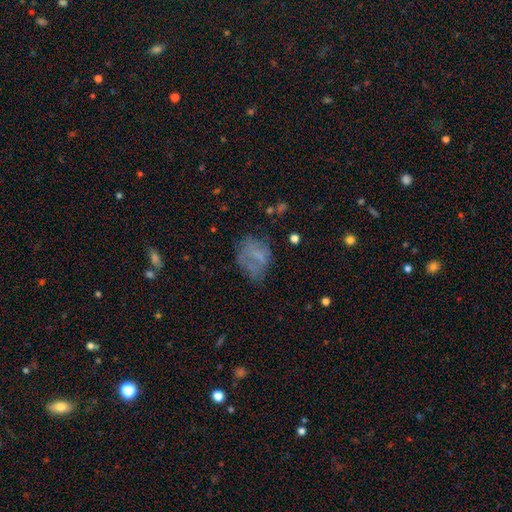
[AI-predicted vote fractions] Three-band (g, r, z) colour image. It shows a smooth galaxy with no disk features (49%). Merging: none (43%).